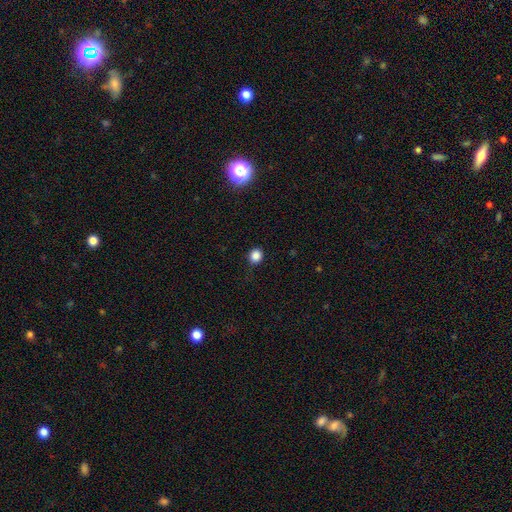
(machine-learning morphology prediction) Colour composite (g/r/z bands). It shows a smooth galaxy with no disk features (85%) that is round (82%). Merging: none (85%).